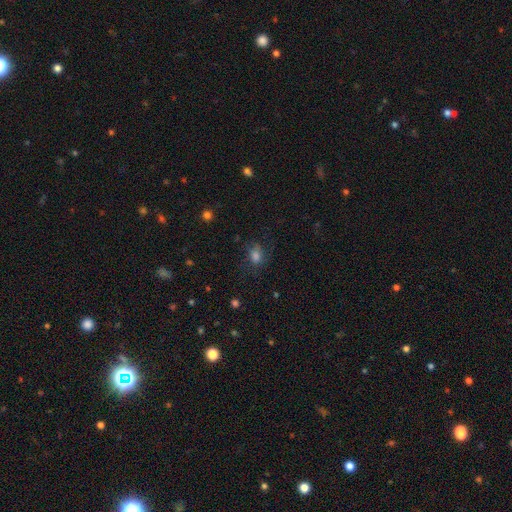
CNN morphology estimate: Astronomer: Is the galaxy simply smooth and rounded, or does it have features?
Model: smooth — 70%.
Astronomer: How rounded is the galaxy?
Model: in between — 59% (runner-up: round, 40%).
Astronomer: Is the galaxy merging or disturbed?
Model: none — 63%.